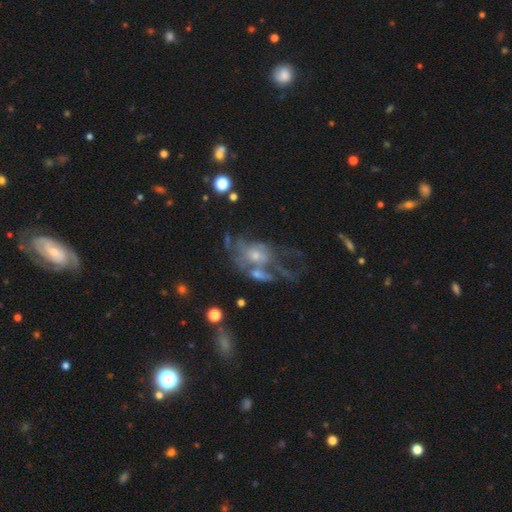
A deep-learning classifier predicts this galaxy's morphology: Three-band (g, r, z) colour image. It shows a featured or disk galaxy (66%) with no bar (77%), spiral arms (50%, tied with no) and a small central bulge (52%). Merging: major disturbance (33%).